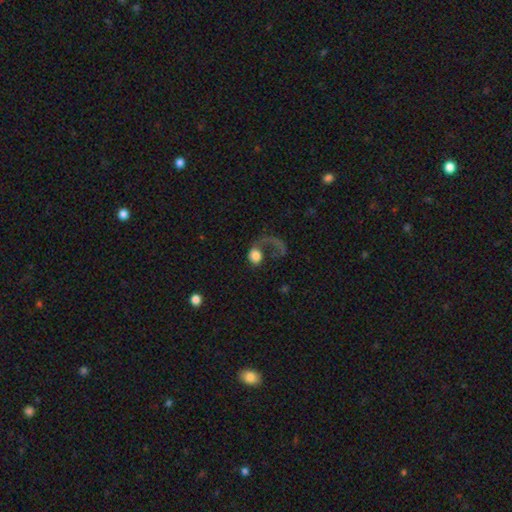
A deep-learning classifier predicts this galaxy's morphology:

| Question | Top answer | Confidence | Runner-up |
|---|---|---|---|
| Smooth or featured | smooth | 58% | featured or disk (33%) |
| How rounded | round | 63% | in between (36%) |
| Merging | major disturbance | 60% | none (22%) |